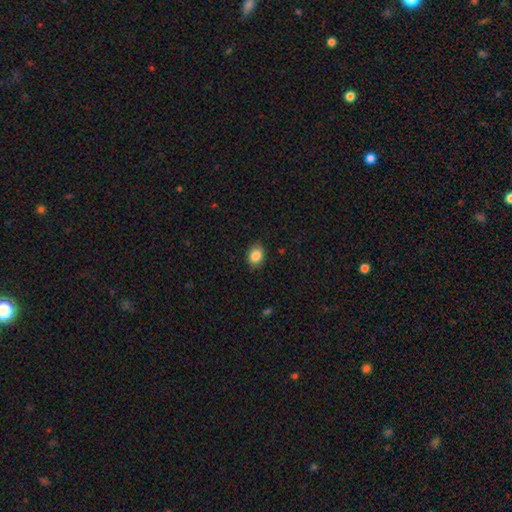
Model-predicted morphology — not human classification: smooth-or-featured: smooth: 87% | star or artifact: 8% | featured or disk: 5%
  how-rounded: in between: 68% | round: 31% | cigar-shaped: 1%
  merging: none: 86% | minor disturbance: 11% | major disturbance: 2% | merger: 1%